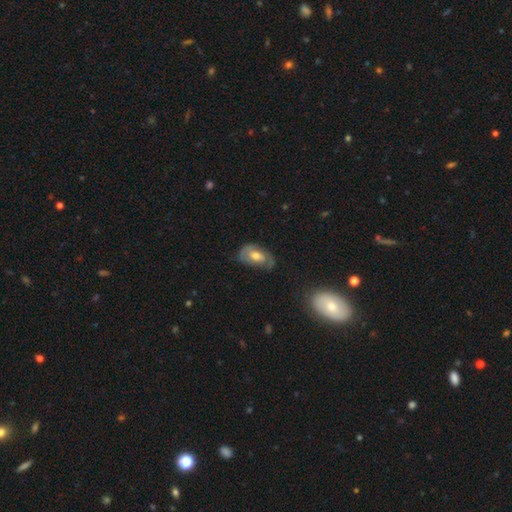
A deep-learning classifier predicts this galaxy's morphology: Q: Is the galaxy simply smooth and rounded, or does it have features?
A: featured or disk — 57%.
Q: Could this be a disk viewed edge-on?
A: no — 93%.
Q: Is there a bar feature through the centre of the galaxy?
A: no — 65%.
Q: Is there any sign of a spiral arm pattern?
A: yes — 72%.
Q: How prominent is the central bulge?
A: moderate — 65%.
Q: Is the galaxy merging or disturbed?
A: none — 58%.